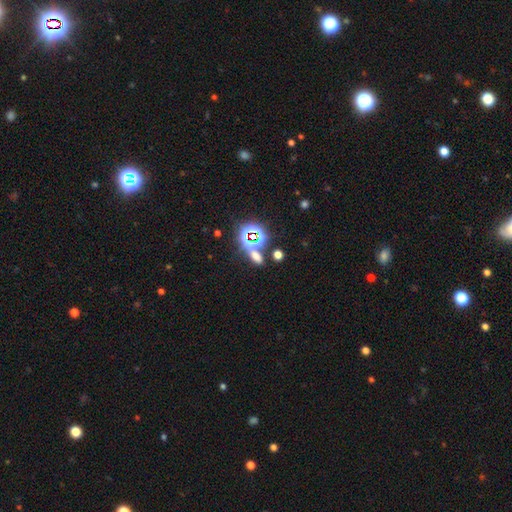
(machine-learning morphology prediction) Q: Smooth or featured?
A: smooth (50%); runner-up: star or artifact (41%)
Q: Merging?
A: none (66%); runner-up: merger (18%)